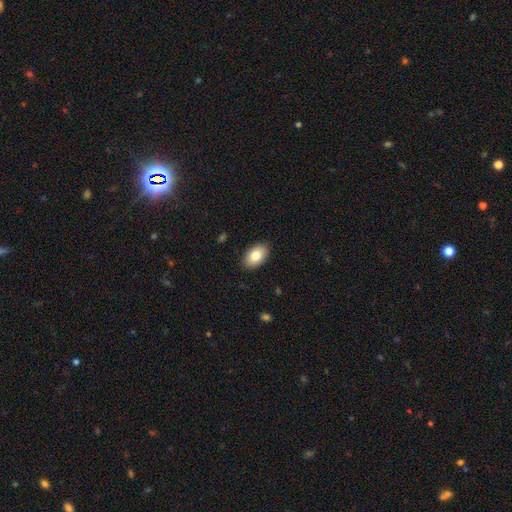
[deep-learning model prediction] Smooth or featured?
  - smooth: 82% *
  - featured or disk: 11%
  - star or artifact: 7%
How rounded?
  - in between: 92% *
  - round: 7%
  - cigar-shaped: 1%
Merging?
  - none: 89% *
  - minor disturbance: 8%
  - major disturbance: 2%
  - merger: 1%